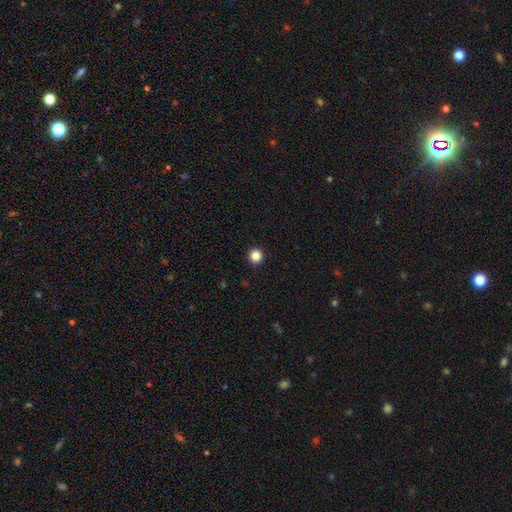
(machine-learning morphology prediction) This is clearly a smooth galaxy (86%). How rounded: clearly round (95%). Merging: clearly none (94%).